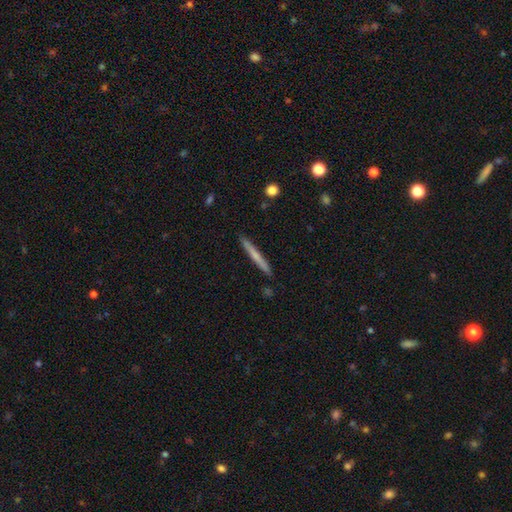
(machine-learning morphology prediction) smooth_or_featured: smooth (p=0.56) [alt: featured or disk p=0.38]
how_rounded: cigar-shaped (p=0.97) [alt: in between p=0.02]
merging: none (p=0.90) [alt: minor disturbance p=0.07]